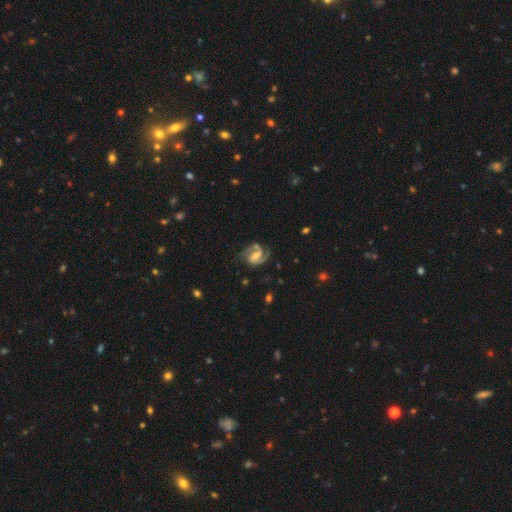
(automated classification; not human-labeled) This appears to be a featured or disk galaxy (88%) with a weak bar (49%), 2 (81%) medium (55%) spiral arms (97%) and a moderate central bulge (47%). Merging: none (69%).